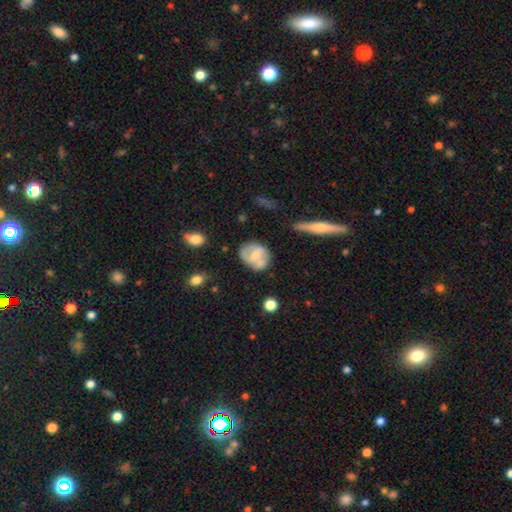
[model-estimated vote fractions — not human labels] The model was most divided on "smooth or featured": smooth: 48%, featured or disk: 44%, star or artifact: 8%. More confident: merging — none (57%).